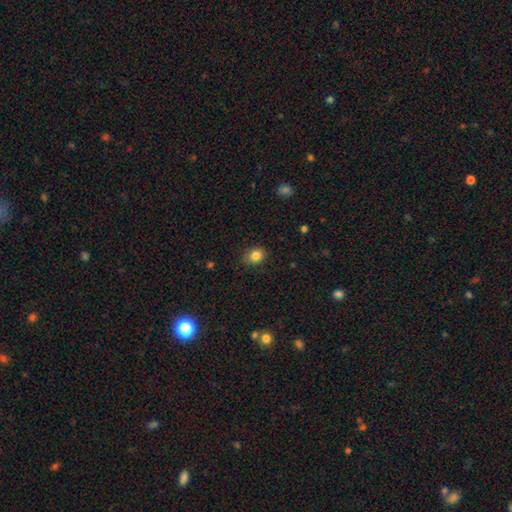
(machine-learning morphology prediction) Smooth or featured: smooth — 83% (star or artifact — 11%)
How rounded: round — 51% (in between — 48%)
Merging: none — 84% (minor disturbance — 12%)